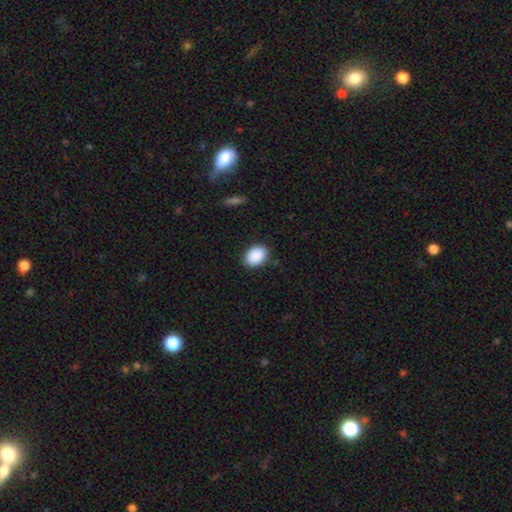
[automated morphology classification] smooth_or_featured: smooth (p=0.90) [alt: star or artifact p=0.07]
how_rounded: in between (p=0.76) [alt: round p=0.23]
merging: none (p=0.87) [alt: minor disturbance p=0.09]